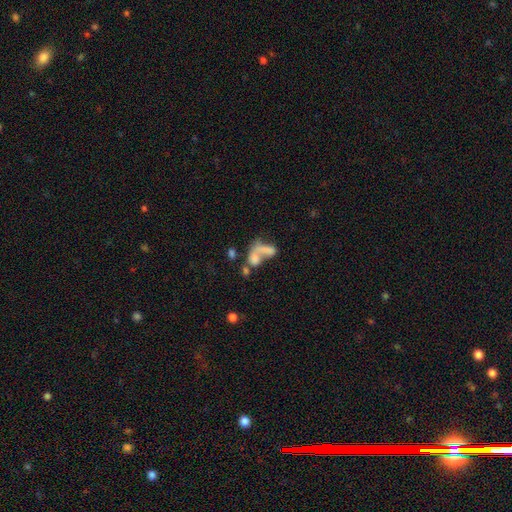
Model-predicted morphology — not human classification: Smooth or featured? smooth (59%)
How rounded? in between (74%)
Merging? merger (58%)